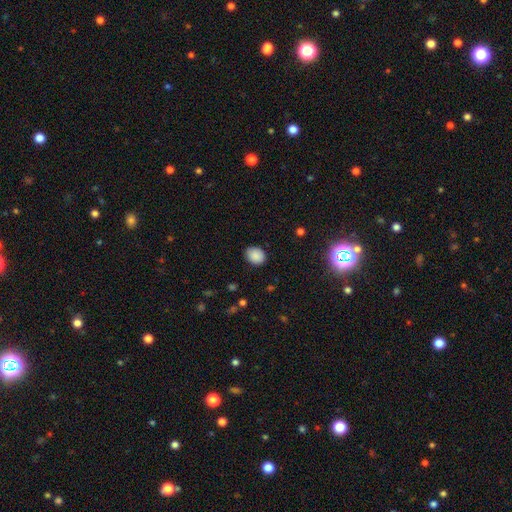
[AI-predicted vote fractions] Smooth or featured? smooth (87%)
How rounded? round (51%)
Merging? none (85%)